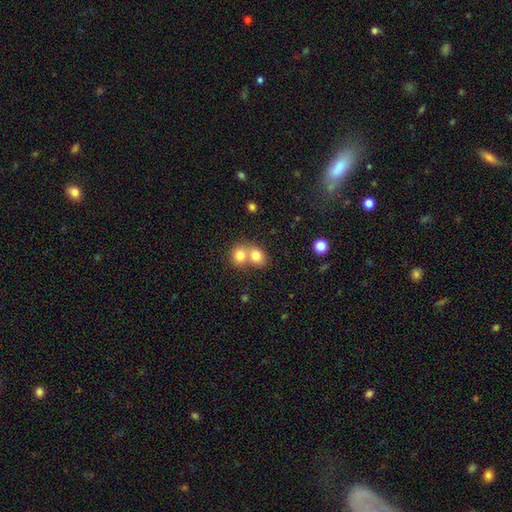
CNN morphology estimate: The model was most divided on "how rounded": round: 59%, in between: 40%, cigar-shaped: 1%. More confident: smooth or featured — smooth (79%); merging — merger (64%).